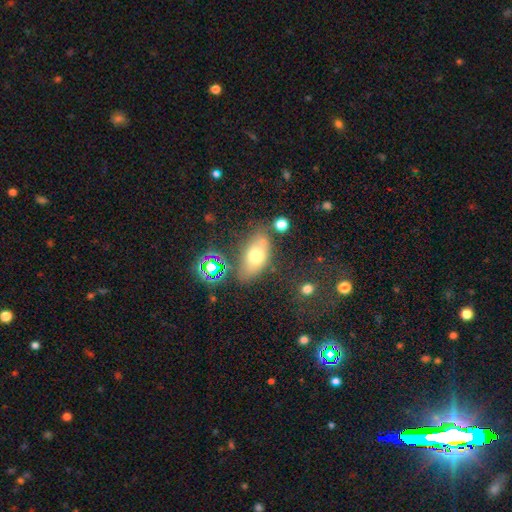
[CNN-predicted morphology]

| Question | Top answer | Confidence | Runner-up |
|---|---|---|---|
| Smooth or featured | smooth | 64% | featured or disk (22%) |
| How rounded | in between | 81% | round (12%) |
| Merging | none | 62% | minor disturbance (18%) |